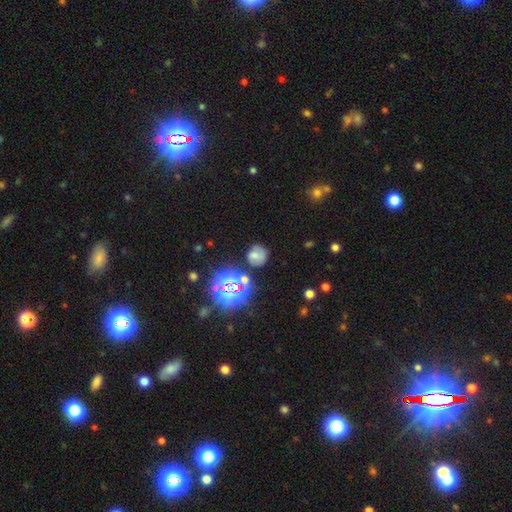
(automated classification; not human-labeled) Smooth or featured: smooth — 53% (star or artifact — 24%)
How rounded: round — 81% (in between — 18%)
Merging: none — 70% (minor disturbance — 17%)